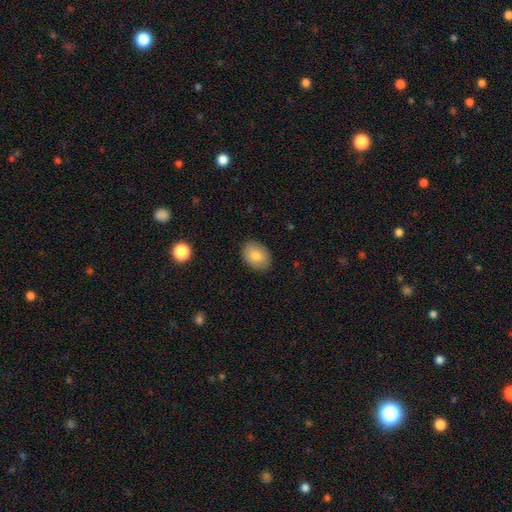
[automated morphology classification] Smooth or featured? Predicted: smooth (p=0.80). How rounded? Predicted: in between (p=0.76). Merging? Predicted: none (p=0.87).